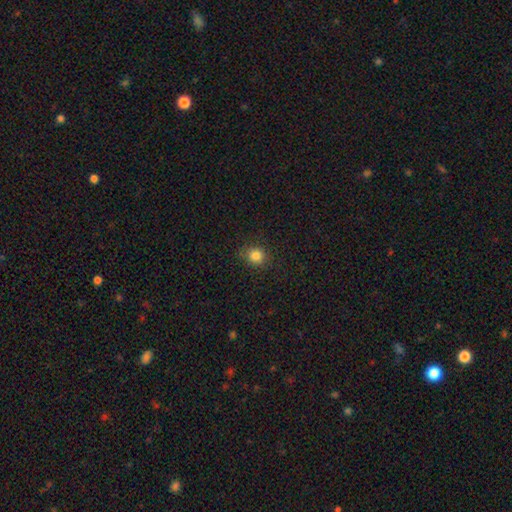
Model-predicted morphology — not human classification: smooth_or_featured: smooth (p=0.83) [alt: star or artifact p=0.12]
how_rounded: round (p=0.86) [alt: in between p=0.13]
merging: none (p=0.87) [alt: minor disturbance p=0.09]